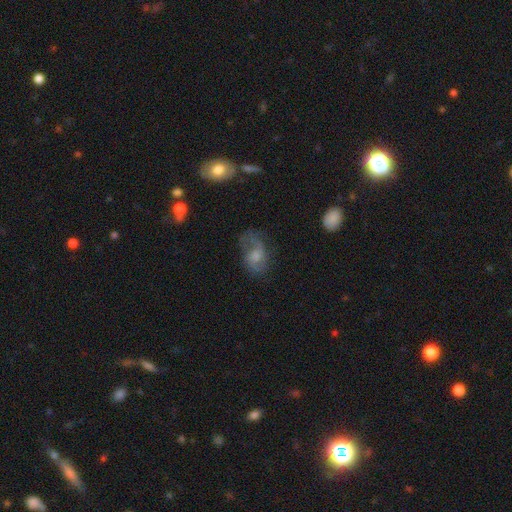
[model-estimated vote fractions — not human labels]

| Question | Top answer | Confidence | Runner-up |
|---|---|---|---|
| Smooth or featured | featured or disk | 52% | smooth (35%) |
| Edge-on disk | no | 95% | yes (5%) |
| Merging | none | 53% | minor disturbance (25%) |